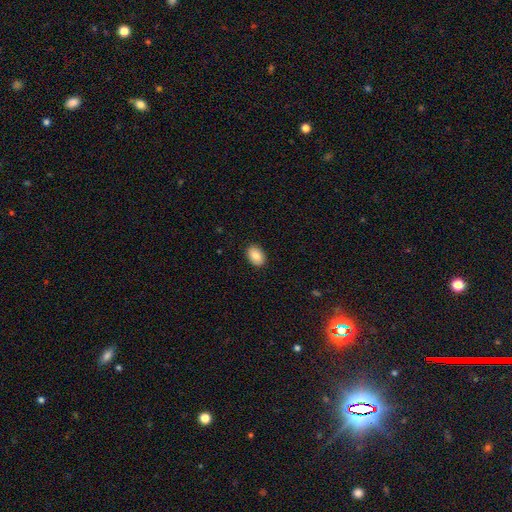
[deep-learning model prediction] Overall: smooth (86%). How rounded: in between (85%). Merging: none (90%).